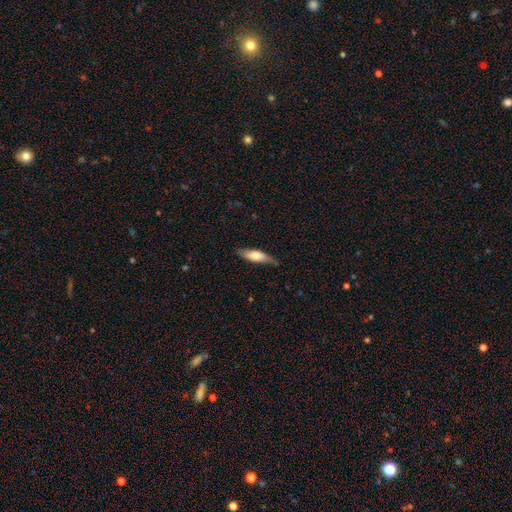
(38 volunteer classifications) Volunteers were most divided on "merging" (2-way tie): none: 47%, minor disturbance: 47%, major disturbance: 5%, merger: 0%. More confident: how rounded — in between (61%); smooth or featured — smooth (61%).